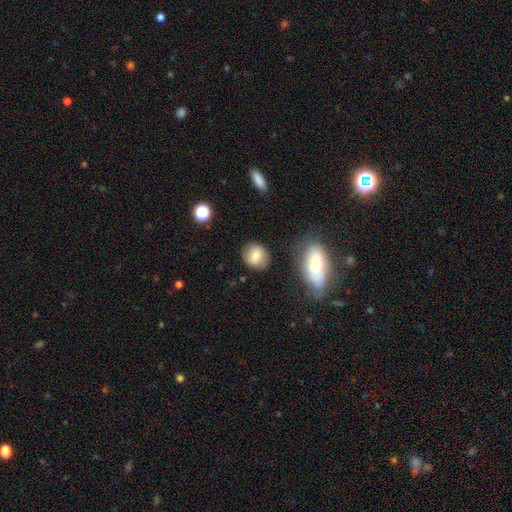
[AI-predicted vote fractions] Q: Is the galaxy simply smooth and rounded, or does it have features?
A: smooth — 80%.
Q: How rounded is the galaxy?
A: round — 74%.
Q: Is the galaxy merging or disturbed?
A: none — 82%.